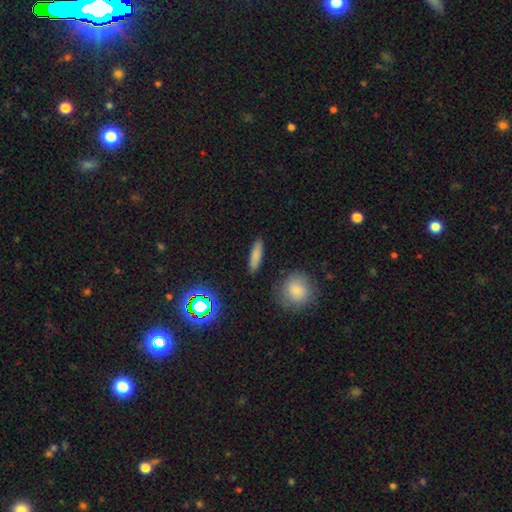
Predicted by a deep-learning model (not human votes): Smooth or featured: smooth — 80% (featured or disk — 10%)
How rounded: cigar-shaped — 67% (in between — 30%)
Merging: none — 88% (minor disturbance — 8%)